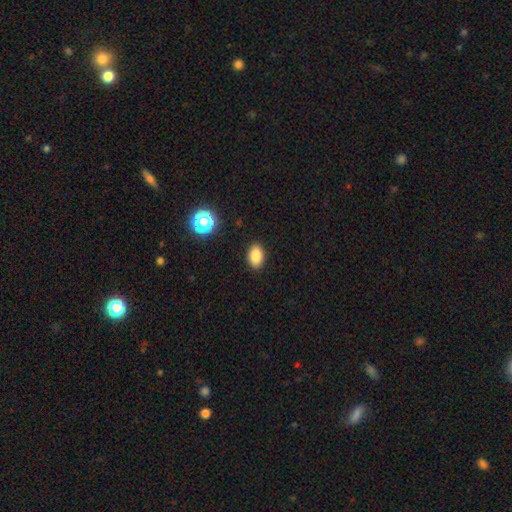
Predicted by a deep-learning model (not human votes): Smooth or featured: smooth — 85% (star or artifact — 10%)
How rounded: in between — 88% (round — 11%)
Merging: none — 89% (minor disturbance — 8%)